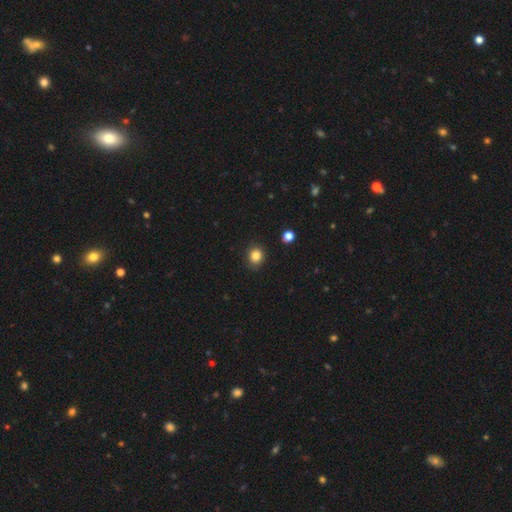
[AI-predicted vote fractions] Smooth or featured: smooth — 84% (star or artifact — 11%)
How rounded: round — 74% (in between — 25%)
Merging: none — 86% (minor disturbance — 11%)